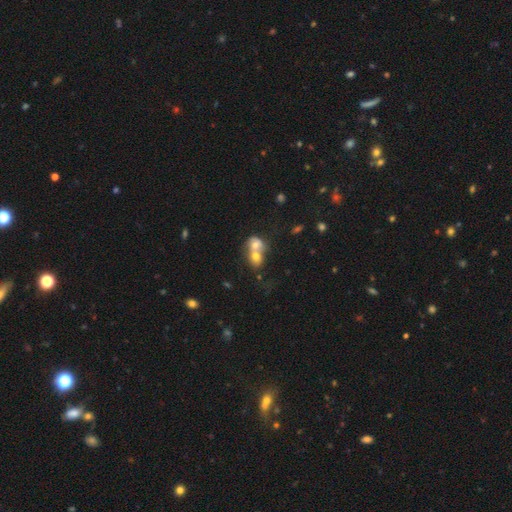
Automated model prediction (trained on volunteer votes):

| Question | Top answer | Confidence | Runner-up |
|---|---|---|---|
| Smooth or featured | smooth | 60% | featured or disk (28%) |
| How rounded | round | 58% | in between (40%) |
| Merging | merger | 75% | none (16%) |